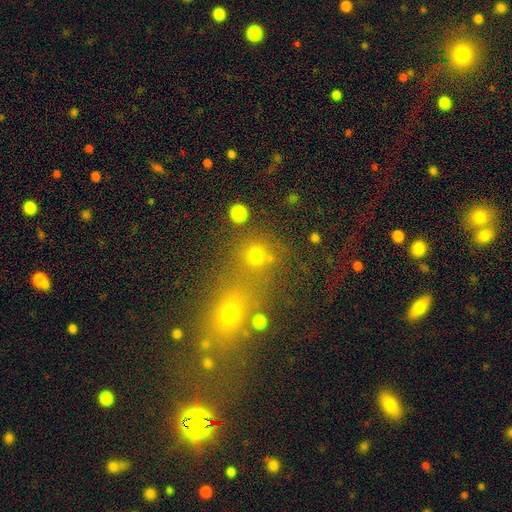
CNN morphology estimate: Smooth or featured? Predicted: smooth (p=0.73). How rounded? Predicted: round (p=0.88). Merging? Predicted: none (p=0.65).